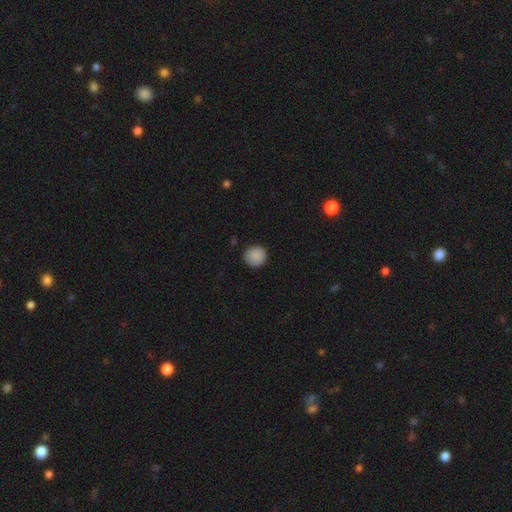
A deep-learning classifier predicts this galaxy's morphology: smooth_or_featured: smooth (p=0.89) [alt: star or artifact p=0.08]
how_rounded: round (p=0.92) [alt: in between p=0.07]
merging: none (p=0.89) [alt: minor disturbance p=0.08]